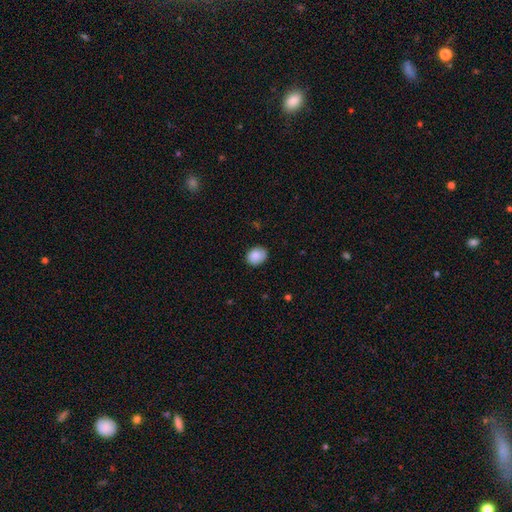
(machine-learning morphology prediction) A smooth galaxy with no disk features (87%) that is in between round and cigar-shaped (59%). Merging: none (81%).